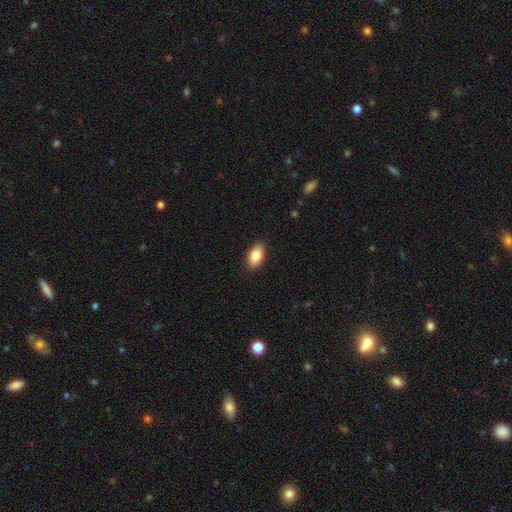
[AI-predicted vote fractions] Smooth or featured?
  - smooth: 84% *
  - featured or disk: 9%
  - star or artifact: 7%
How rounded?
  - in between: 92% *
  - round: 5%
  - cigar-shaped: 4%
Merging?
  - none: 89% *
  - minor disturbance: 8%
  - major disturbance: 2%
  - merger: 1%